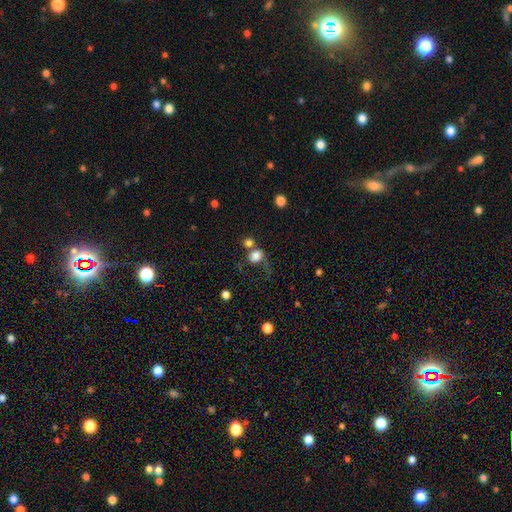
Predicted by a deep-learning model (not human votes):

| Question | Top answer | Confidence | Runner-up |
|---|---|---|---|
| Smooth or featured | smooth | 78% | featured or disk (12%) |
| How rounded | round | 75% | in between (24%) |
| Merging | none | 35% | merger (31%) |